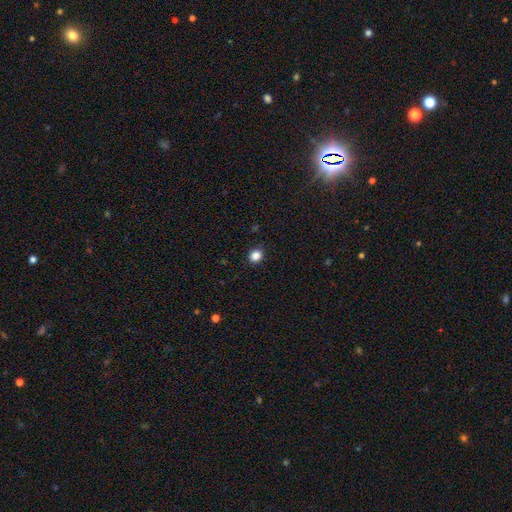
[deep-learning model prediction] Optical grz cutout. It shows a smooth galaxy with no disk features (86%) that is round (66%). Merging: none (90%).